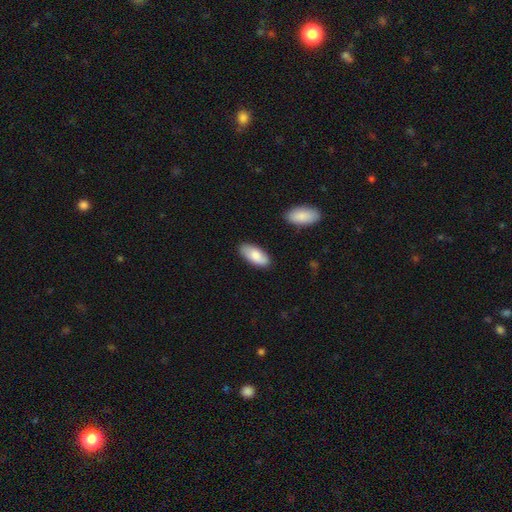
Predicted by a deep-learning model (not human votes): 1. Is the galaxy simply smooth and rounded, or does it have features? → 83% smooth, 11% featured or disk, 5% star or artifact.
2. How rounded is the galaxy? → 89% in between, 9% cigar-shaped, 2% round.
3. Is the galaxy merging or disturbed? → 84% none, 12% minor disturbance, 2% major disturbance, 2% merger.